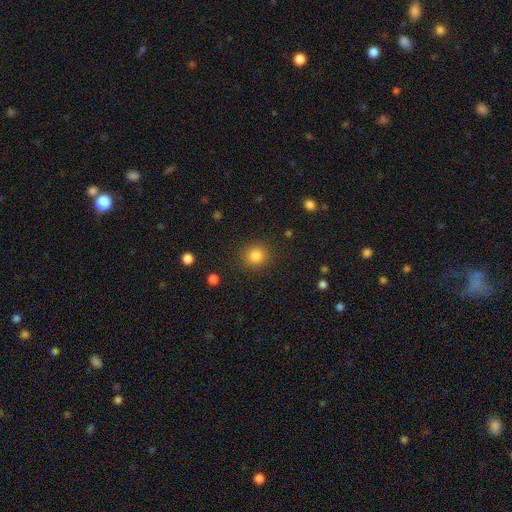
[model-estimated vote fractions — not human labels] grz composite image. It shows a smooth galaxy with no disk features (84%) that is round (89%). Merging: none (88%).